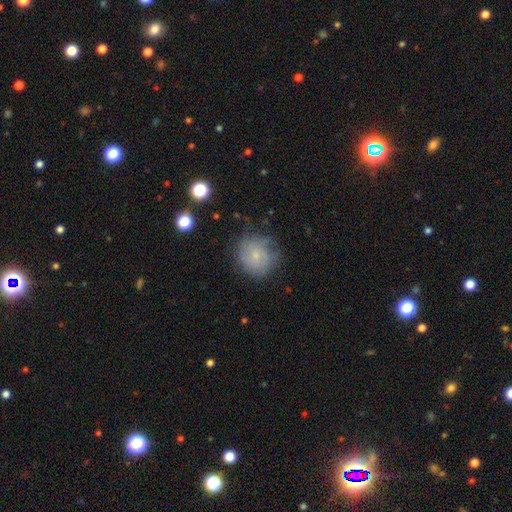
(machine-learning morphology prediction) Smooth or featured?
  - smooth: 55% *
  - featured or disk: 35%
  - star or artifact: 10%
How rounded?
  - round: 83% *
  - in between: 16%
  - cigar-shaped: 1%
Merging?
  - none: 67% *
  - minor disturbance: 22%
  - major disturbance: 9%
  - merger: 2%